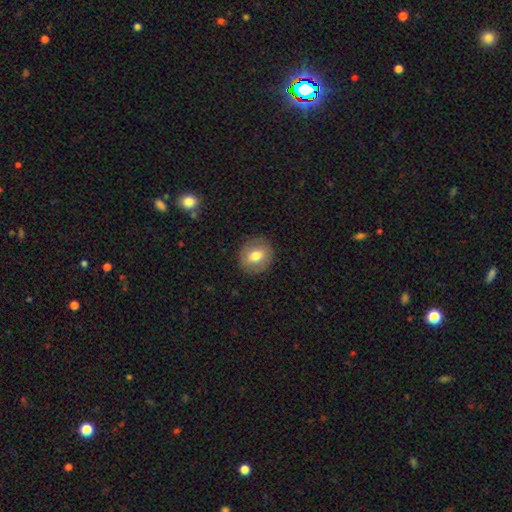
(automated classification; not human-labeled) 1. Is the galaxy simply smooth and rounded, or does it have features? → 70% smooth, 22% featured or disk, 8% star or artifact.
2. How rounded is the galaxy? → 74% round, 25% in between, 1% cigar-shaped.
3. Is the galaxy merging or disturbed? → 87% none, 9% minor disturbance, 3% major disturbance, 1% merger.